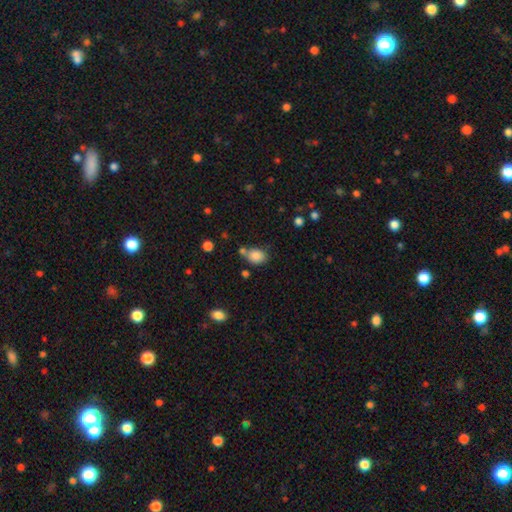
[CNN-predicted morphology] A smooth galaxy with no disk features (84%) that is in between round and cigar-shaped (62%).

Vote fractions:
- Smooth or featured? smooth: 84% / star or artifact: 9% / featured or disk: 6%
- How rounded? in between: 62% / round: 37% / cigar-shaped: 1%
- Merging? none: 58% / merger: 20% / minor disturbance: 17% / major disturbance: 5%